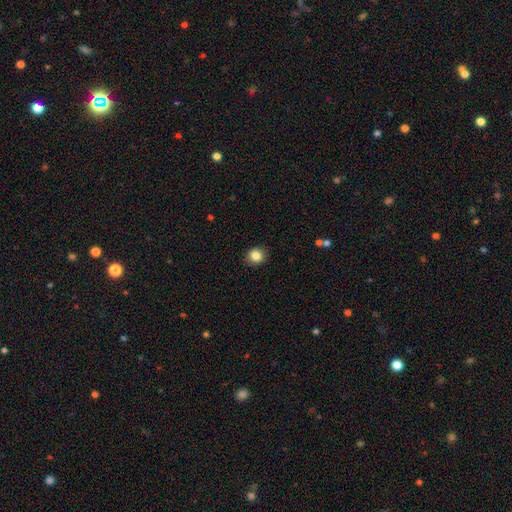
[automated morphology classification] A smooth galaxy with no disk features (84%) that is round (77%). Merging: none (90%).